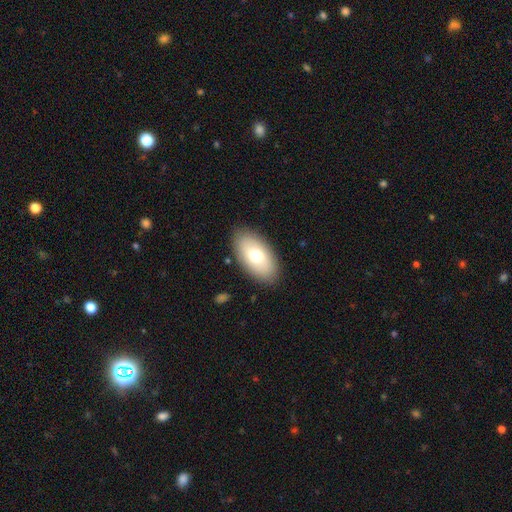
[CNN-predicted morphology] This appears to be a smooth galaxy with no disk features (71%) that is in between round and cigar-shaped (94%). Merging: none (86%).